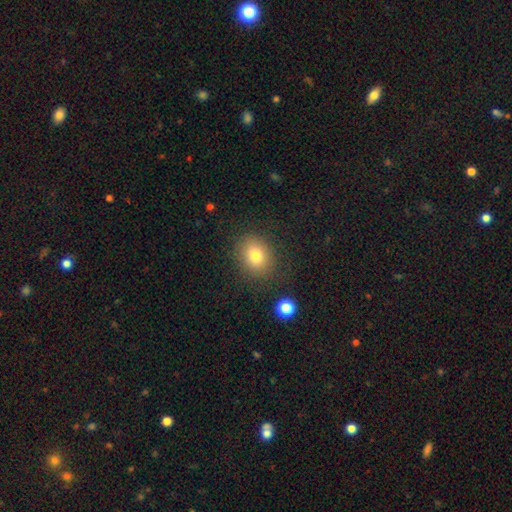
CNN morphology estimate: A smooth galaxy with no disk features (78%) that is round (61%). Merging: none (84%).